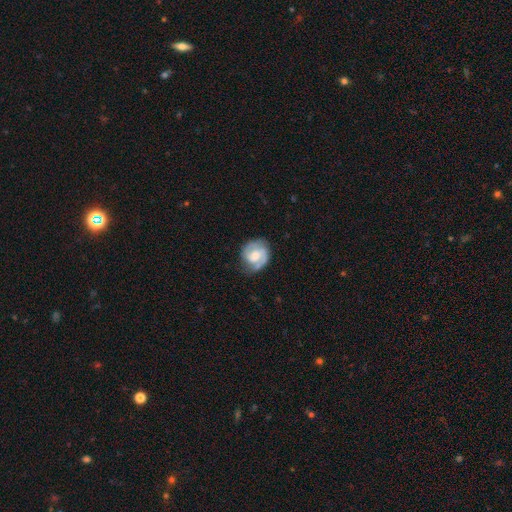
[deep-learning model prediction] Smooth or featured?
  - featured or disk: 73% *
  - smooth: 21%
  - star or artifact: 6%
Edge-on disk?
  - no: 98% *
  - yes: 2%
Bar?
  - no: 48% *
  - weak: 43%
  - strong: 10%
Spiral arms?
  - yes: 92% *
  - no: 8%
Spiral winding?
  - tight: 47% *
  - medium: 41%
  - loose: 12%
Spiral arm count?
  - 2: 77% *
  - can't tell: 9%
  - 1: 9%
  - 3: 3%
  - 4: 1%
  - more than 4: 1%
Bulge size?
  - moderate: 45% *
  - small: 24%
  - large: 18%
  - none: 10%
  - dominant: 2%
Merging?
  - none: 70% *
  - minor disturbance: 21%
  - major disturbance: 8%
  - merger: 1%